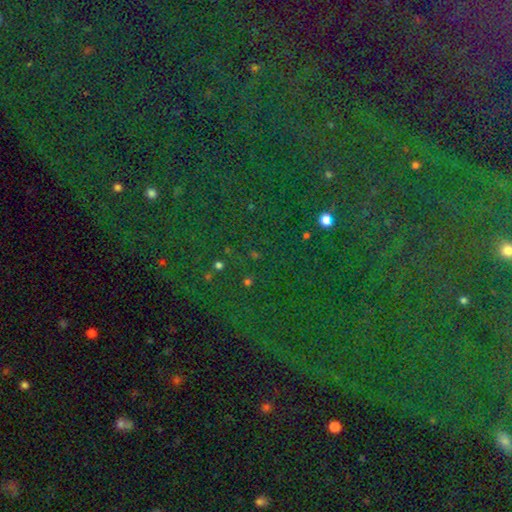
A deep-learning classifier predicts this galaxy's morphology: smooth-or-featured: star or artifact: 85% | smooth: 8% | featured or disk: 8%